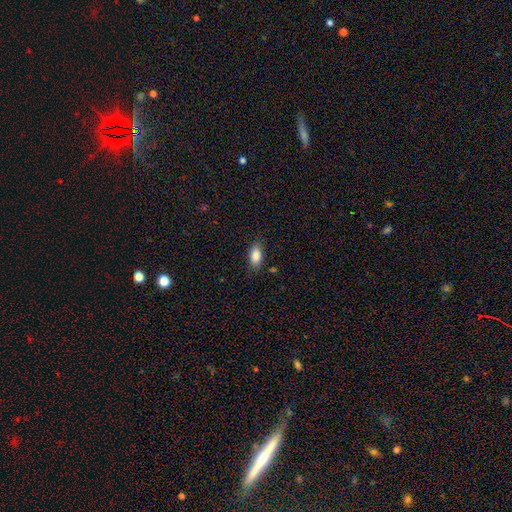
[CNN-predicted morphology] type=smooth (87%); roundness=in between (90%); merging=none (84%).